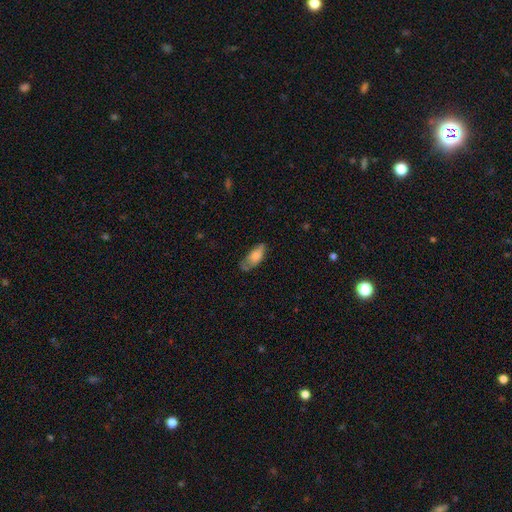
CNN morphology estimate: A smooth galaxy with no disk features (71%) that is in between round and cigar-shaped (82%).

Vote fractions:
- Smooth or featured? smooth: 71% / featured or disk: 22% / star or artifact: 7%
- How rounded? in between: 82% / cigar-shaped: 16% / round: 2%
- Merging? none: 56% / minor disturbance: 31% / major disturbance: 10% / merger: 3%